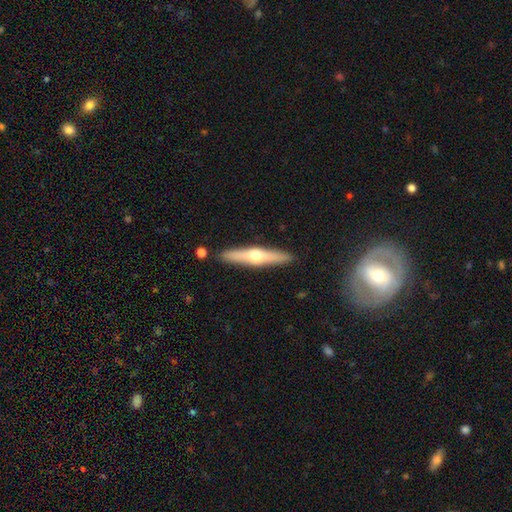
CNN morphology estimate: featured or disk 60%, smooth 35%, star or artifact 6%. Down the decision tree: edge-on disk — yes (95%); edge-on bulge — rounded (92%); merging — none (89%).